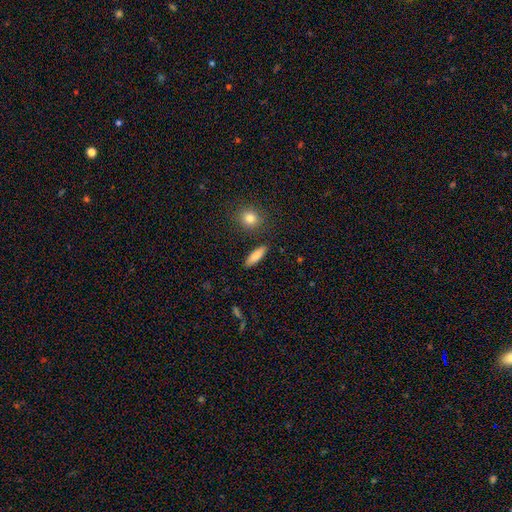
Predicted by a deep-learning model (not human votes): Smooth or featured?
  - smooth: 83% *
  - featured or disk: 10%
  - star or artifact: 7%
How rounded?
  - cigar-shaped: 53% *
  - in between: 44%
  - round: 3%
Merging?
  - none: 88% *
  - minor disturbance: 7%
  - merger: 2%
  - major disturbance: 2%